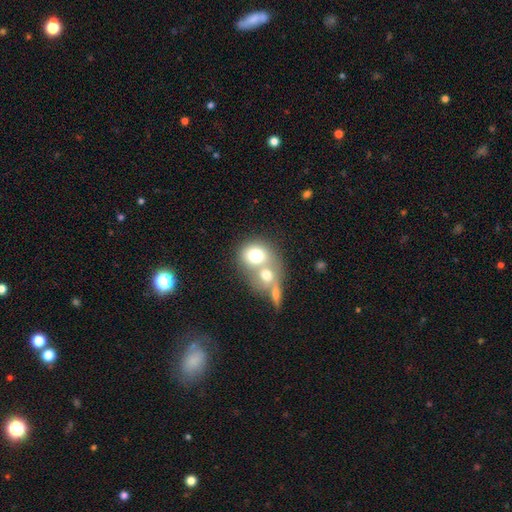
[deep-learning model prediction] This appears to be a smooth galaxy with no disk features (68%) that is round (64%). Merging: merger (65%).